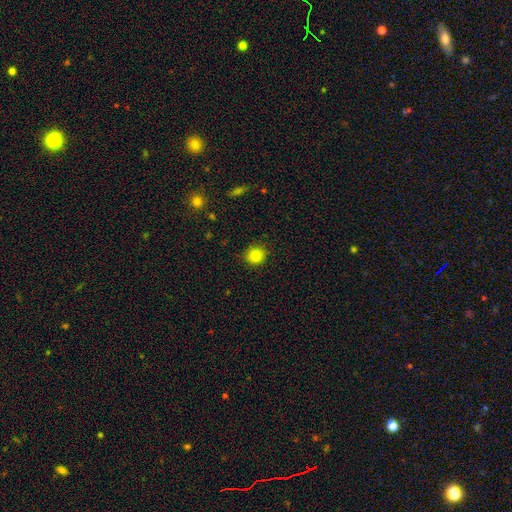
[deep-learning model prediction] This appears to be a smooth galaxy with no disk features (86%) that is round (86%). Merging: none (87%).